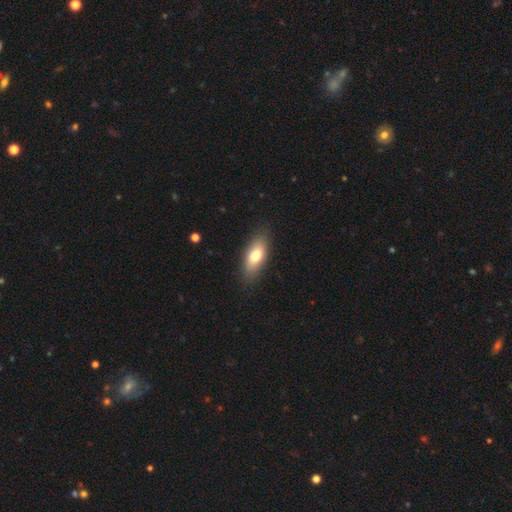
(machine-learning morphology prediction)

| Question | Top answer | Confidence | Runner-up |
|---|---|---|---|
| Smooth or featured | smooth | 74% | featured or disk (19%) |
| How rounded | in between | 80% | cigar-shaped (16%) |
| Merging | none | 85% | minor disturbance (11%) |